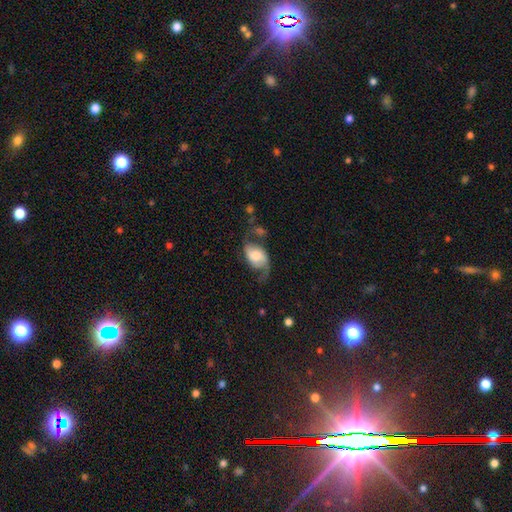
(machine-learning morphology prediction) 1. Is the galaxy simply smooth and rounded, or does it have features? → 62% featured or disk, 31% smooth, 7% star or artifact.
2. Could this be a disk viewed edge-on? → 96% no, 4% yes.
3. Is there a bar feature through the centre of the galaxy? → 57% no, 33% weak, 10% strong.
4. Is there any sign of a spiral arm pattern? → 88% yes, 12% no.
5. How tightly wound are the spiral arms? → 64% loose, 27% medium, 9% tight.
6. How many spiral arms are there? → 81% 2, 12% 1, 5% can't tell, 1% 3, 1% 4, 1% more than 4.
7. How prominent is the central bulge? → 52% moderate, 22% small, 18% large, 4% dominant, 4% none.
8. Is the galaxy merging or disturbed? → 46% none, 25% major disturbance, 24% minor disturbance, 5% merger.